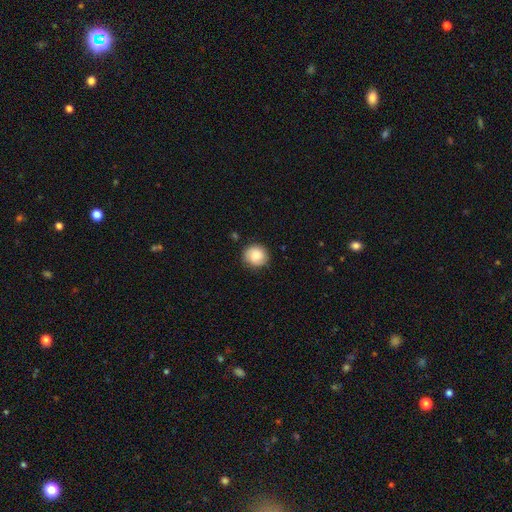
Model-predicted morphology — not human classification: A smooth galaxy with no disk features (80%) that is round (90%).

Vote fractions:
- Smooth or featured? smooth: 80% / featured or disk: 12% / star or artifact: 8%
- How rounded? round: 90% / in between: 9% / cigar-shaped: 1%
- Merging? none: 84% / minor disturbance: 12% / major disturbance: 3% / merger: 1%